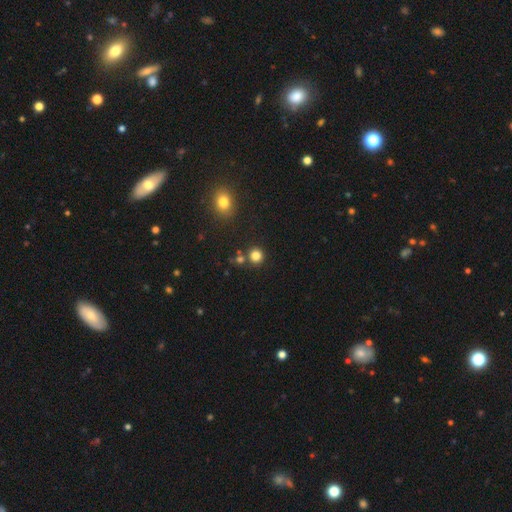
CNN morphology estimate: smooth_or_featured: smooth (p=0.82) [alt: star or artifact p=0.14]
how_rounded: round (p=0.92) [alt: in between p=0.07]
merging: none (p=0.81) [alt: merger p=0.10]